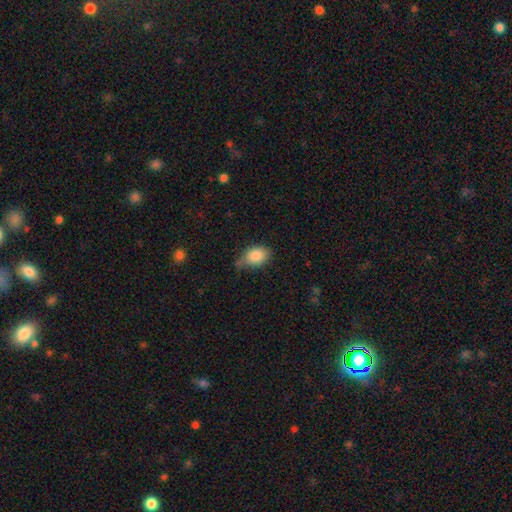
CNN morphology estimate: Smooth or featured? Predicted: smooth (p=0.85). How rounded? Predicted: in between (p=0.77). Merging? Predicted: none (p=0.48).